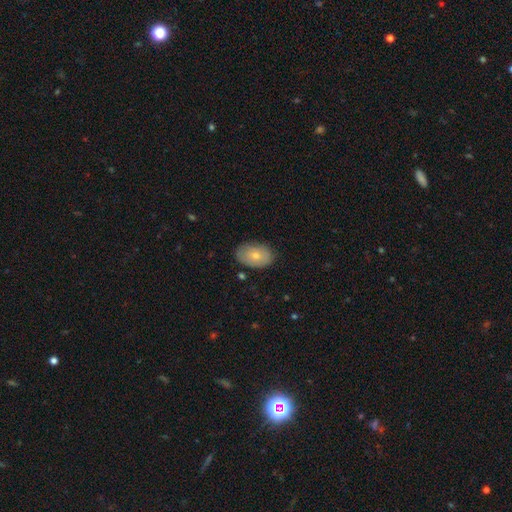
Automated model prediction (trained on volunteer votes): This appears to be a smooth galaxy with no disk features (71%) that is in between round and cigar-shaped (88%). Merging: none (80%).